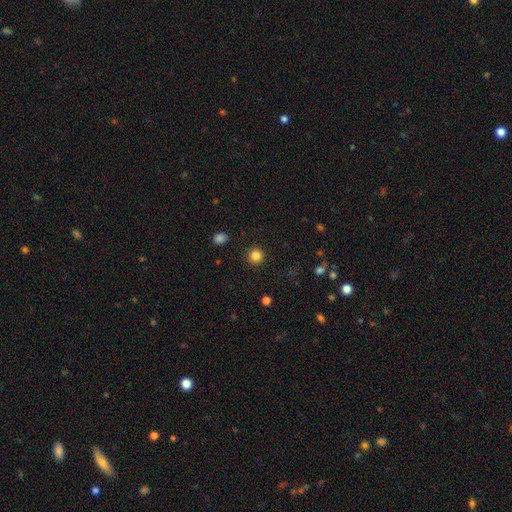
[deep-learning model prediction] A smooth galaxy with no disk features (84%) that is round (95%).

Vote fractions:
- Smooth or featured? smooth: 84% / star or artifact: 12% / featured or disk: 4%
- How rounded? round: 95% / in between: 4% / cigar-shaped: 1%
- Merging? none: 92% / minor disturbance: 5% / major disturbance: 2% / merger: 1%